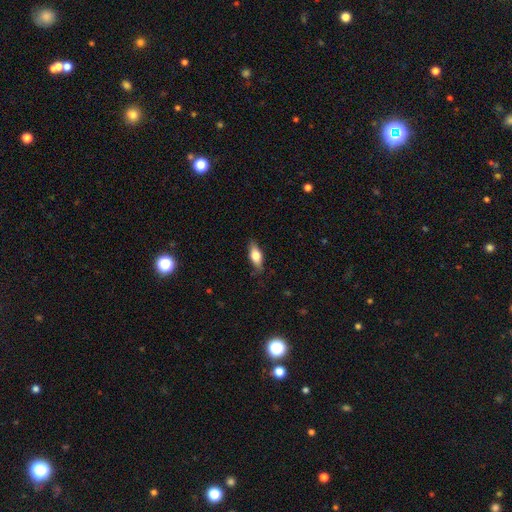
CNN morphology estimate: smooth_or_featured: smooth (p=0.62) [alt: featured or disk p=0.31]
how_rounded: in between (p=0.71) [alt: cigar-shaped p=0.25]
merging: none (p=0.80) [alt: minor disturbance p=0.15]